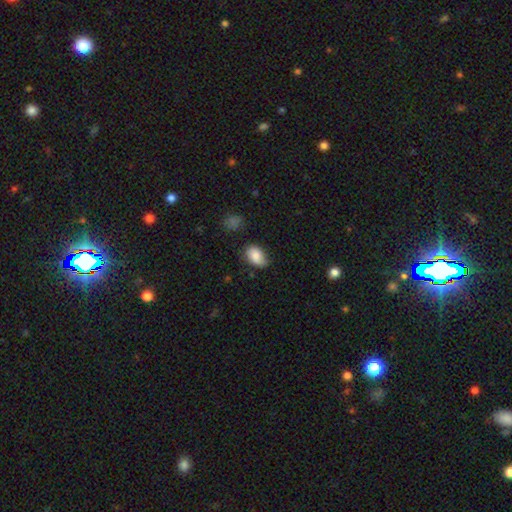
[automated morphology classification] smooth_or_featured: smooth (p=0.79) [alt: featured or disk p=0.13]
how_rounded: in between (p=0.87) [alt: round p=0.12]
merging: none (p=0.62) [alt: minor disturbance p=0.30]